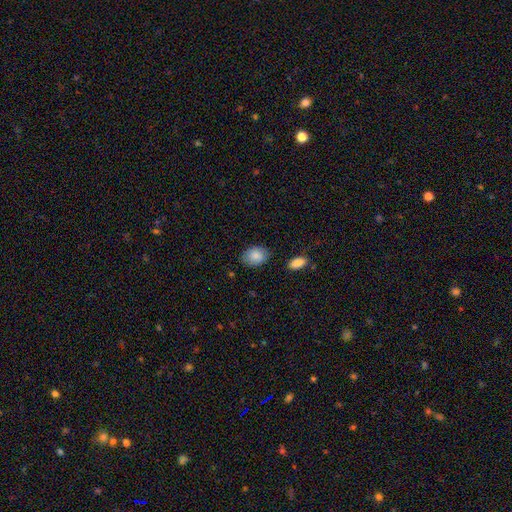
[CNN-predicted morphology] A smooth galaxy with no disk features (87%) that is in between round and cigar-shaped (72%).

Vote fractions:
- Smooth or featured? smooth: 87% / star or artifact: 7% / featured or disk: 6%
- How rounded? in between: 72% / round: 27% / cigar-shaped: 1%
- Merging? none: 80% / minor disturbance: 15% / major disturbance: 3% / merger: 2%